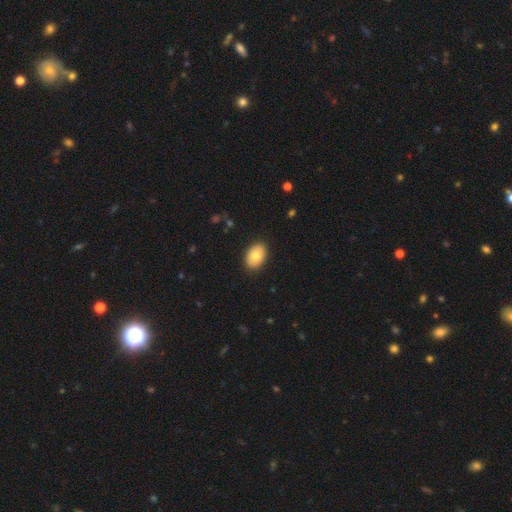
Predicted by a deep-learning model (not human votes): A smooth galaxy with no disk features (81%) that is in between round and cigar-shaped (87%).

Vote fractions:
- Smooth or featured? smooth: 81% / featured or disk: 12% / star or artifact: 7%
- How rounded? in between: 87% / round: 12% / cigar-shaped: 1%
- Merging? none: 89% / minor disturbance: 8% / major disturbance: 2% / merger: 1%